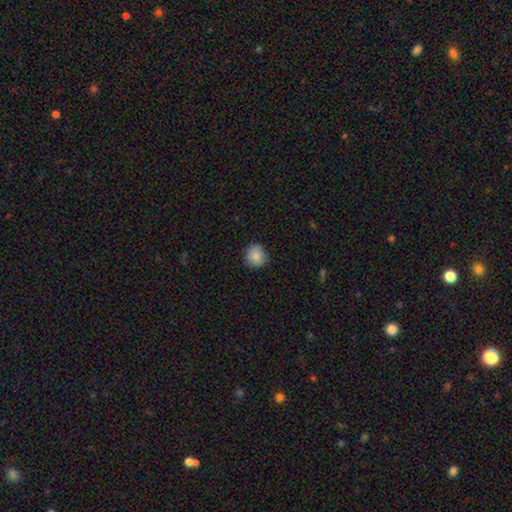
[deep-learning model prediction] This is clearly a smooth galaxy (87%). How rounded: clearly round (84%). Merging: clearly none (85%).